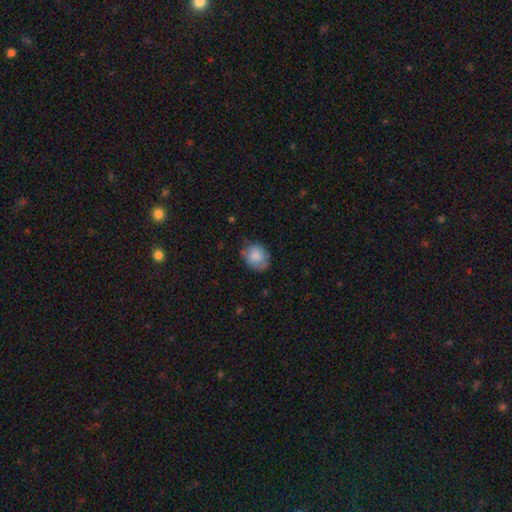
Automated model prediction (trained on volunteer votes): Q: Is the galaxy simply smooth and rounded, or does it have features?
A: smooth — 83%.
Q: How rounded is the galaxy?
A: round — 56%.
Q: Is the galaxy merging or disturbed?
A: none — 67%.